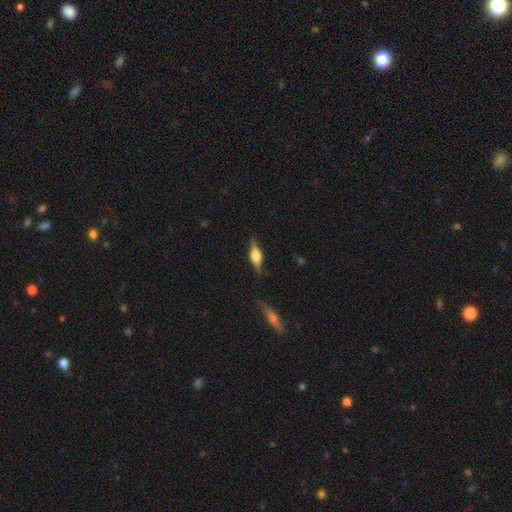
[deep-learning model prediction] smooth_or_featured: featured or disk (p=0.66) [alt: smooth p=0.27]
disk_edge_on: yes (p=0.96) [alt: no p=0.04]
edge_on_bulge: rounded (p=0.86) [alt: boxy p=0.12]
merging: none (p=0.83) [alt: minor disturbance p=0.12]